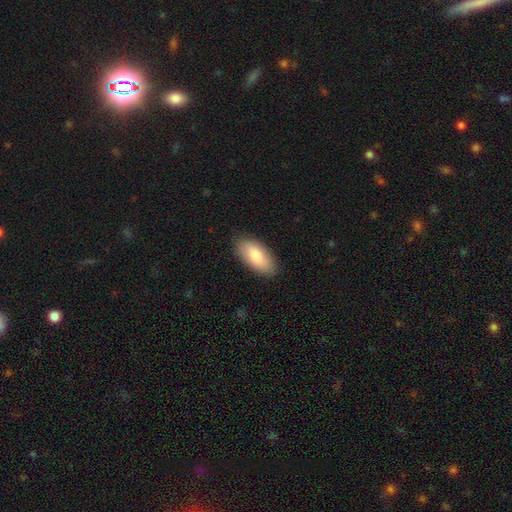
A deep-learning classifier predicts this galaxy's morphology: Q: Smooth or featured?
A: smooth (83%); runner-up: featured or disk (12%)
Q: How rounded?
A: in between (91%); runner-up: cigar-shaped (7%)
Q: Merging?
A: none (87%); runner-up: minor disturbance (10%)